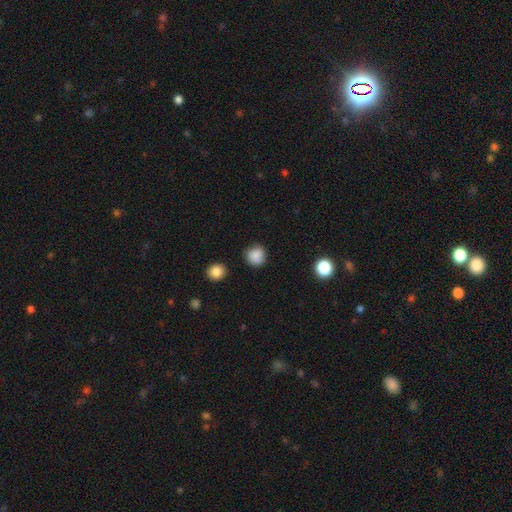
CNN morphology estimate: A smooth galaxy with no disk features (86%) that is round (90%).

Vote fractions:
- Smooth or featured? smooth: 86% / star or artifact: 10% / featured or disk: 4%
- How rounded? round: 90% / in between: 9% / cigar-shaped: 1%
- Merging? none: 84% / minor disturbance: 12% / major disturbance: 3% / merger: 2%